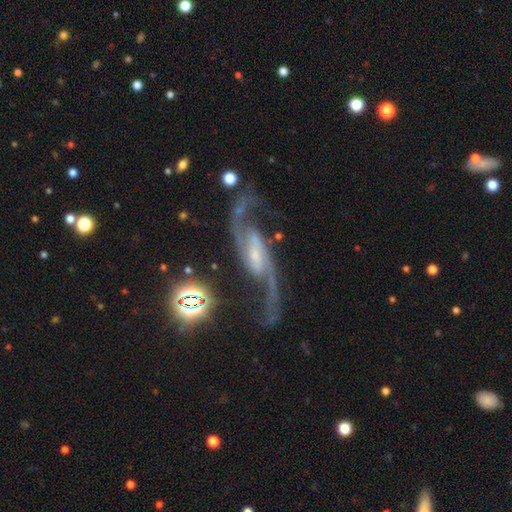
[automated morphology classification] smooth-or-featured: featured or disk: 91% | star or artifact: 6% | smooth: 3%
  disk-edge-on: no: 95% | yes: 5%
    bar: weak: 46% | strong: 28% | no: 26%
    has-spiral-arms: yes: 98% | no: 2%
      spiral-winding: loose: 63% | medium: 31% | tight: 7%
      spiral-arm-count: 2: 94% | can't tell: 2% | 1: 1% | 3: 1% | 4: 1% | more than 4: 1%
    bulge-size: small: 48% | moderate: 31% | none: 13% | large: 6% | dominant: 2%
  merging: none: 68% | minor disturbance: 15% | major disturbance: 13% | merger: 4%